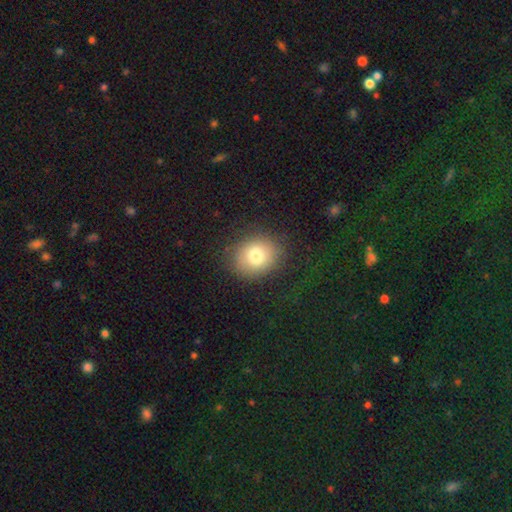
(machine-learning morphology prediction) Smooth or featured?
  - smooth: 77% *
  - featured or disk: 13%
  - star or artifact: 11%
How rounded?
  - round: 63% *
  - in between: 36%
  - cigar-shaped: 1%
Merging?
  - none: 83% *
  - minor disturbance: 11%
  - major disturbance: 5%
  - merger: 1%